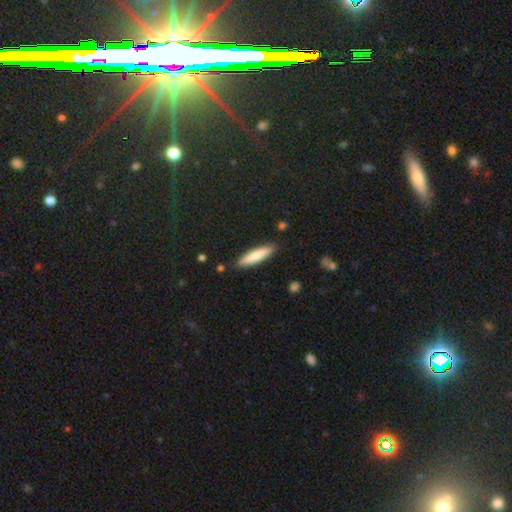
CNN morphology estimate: smooth-or-featured: smooth: 73% | featured or disk: 21% | star or artifact: 6%
  how-rounded: cigar-shaped: 81% | in between: 18% | round: 1%
  merging: none: 88% | minor disturbance: 9% | major disturbance: 2% | merger: 2%